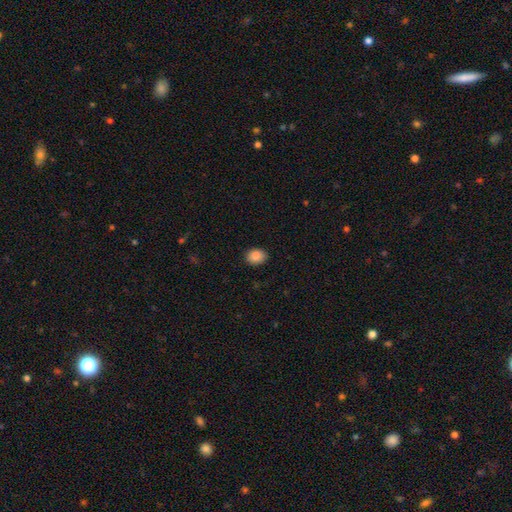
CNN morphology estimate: This appears to be a smooth galaxy with no disk features (85%) that is in between round and cigar-shaped (59%). Merging: none (88%).